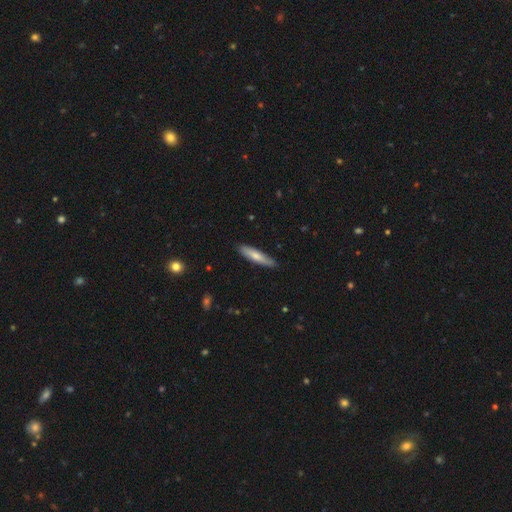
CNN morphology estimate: Overall: smooth (69%). How rounded: cigar-shaped (84%). Merging: none (87%).